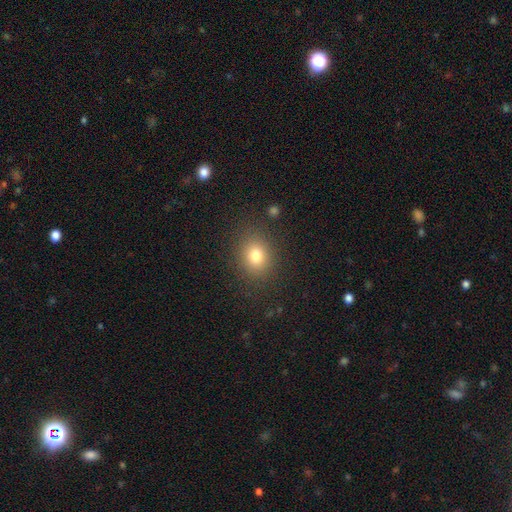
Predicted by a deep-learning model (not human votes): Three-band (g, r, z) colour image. It shows a smooth galaxy with no disk features (79%) that is round (60%). Merging: none (86%).